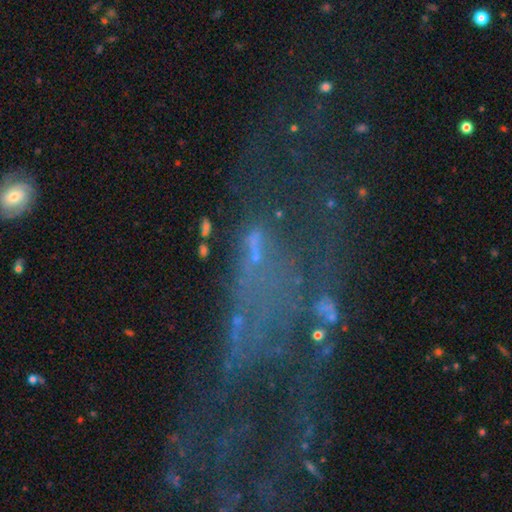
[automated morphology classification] This is marginally a featured or disk galaxy (44%). Merging: marginally major disturbance (42%).